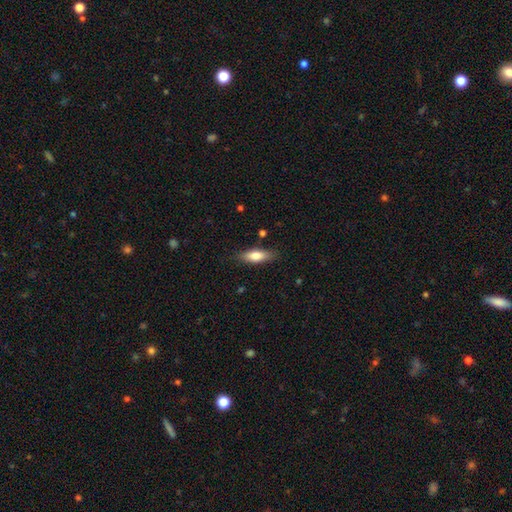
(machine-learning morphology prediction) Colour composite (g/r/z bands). It shows a smooth galaxy with no disk features (74%) that is in between round and cigar-shaped (58%). Merging: none (83%).